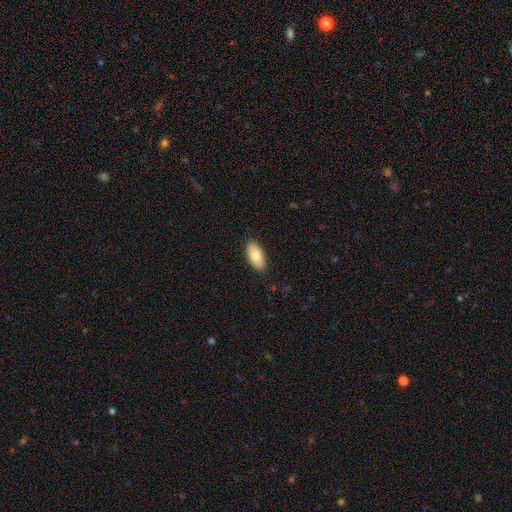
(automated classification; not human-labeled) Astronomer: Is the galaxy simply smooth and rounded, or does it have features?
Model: smooth — 77%.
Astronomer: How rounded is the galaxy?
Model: in between — 93%.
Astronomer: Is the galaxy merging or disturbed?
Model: none — 88%.